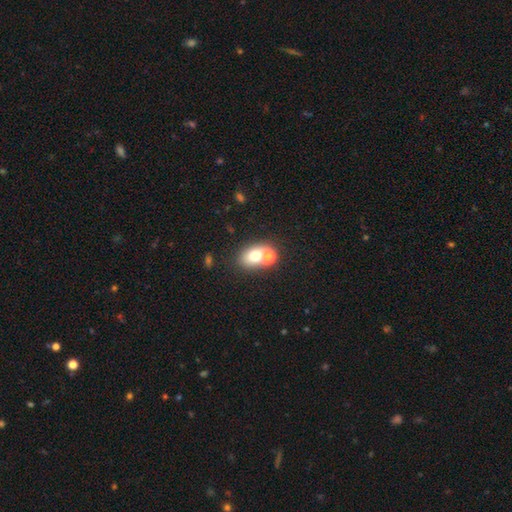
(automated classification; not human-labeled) Q: Smooth or featured?
A: smooth (69%); runner-up: featured or disk (18%)
Q: How rounded?
A: in between (61%); runner-up: round (37%)
Q: Merging?
A: merger (44%); runner-up: none (43%)